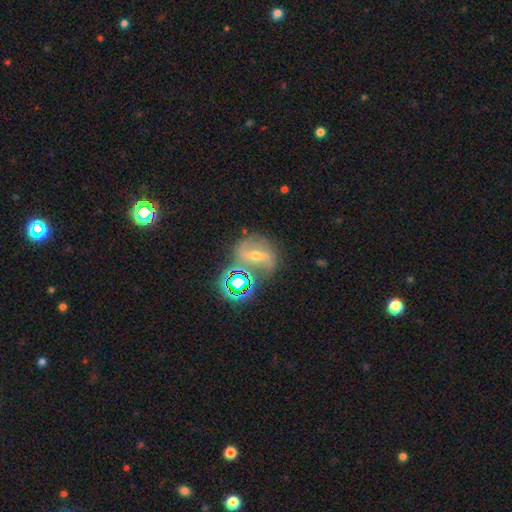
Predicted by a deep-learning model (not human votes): This appears to be a featured or disk galaxy (63%) with a strong bar (50%), spiral arms (82%) and a moderate central bulge (51%). Merging: none (64%).